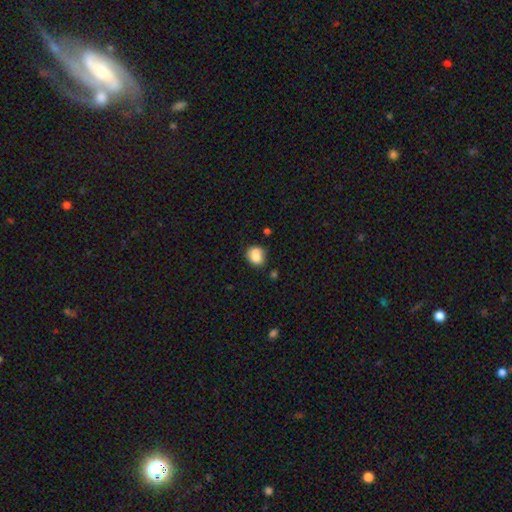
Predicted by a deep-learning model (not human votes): A smooth galaxy with no disk features (80%) that is round (63%). Merging: none (54%).